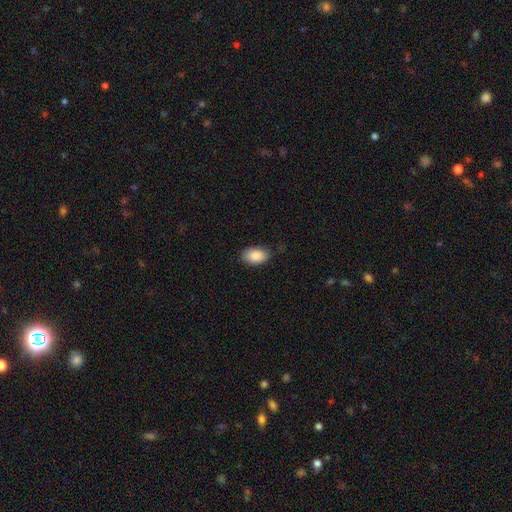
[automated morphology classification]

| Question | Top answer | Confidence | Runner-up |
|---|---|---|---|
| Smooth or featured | smooth | 89% | star or artifact (7%) |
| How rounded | in between | 92% | round (7%) |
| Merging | none | 83% | minor disturbance (13%) |